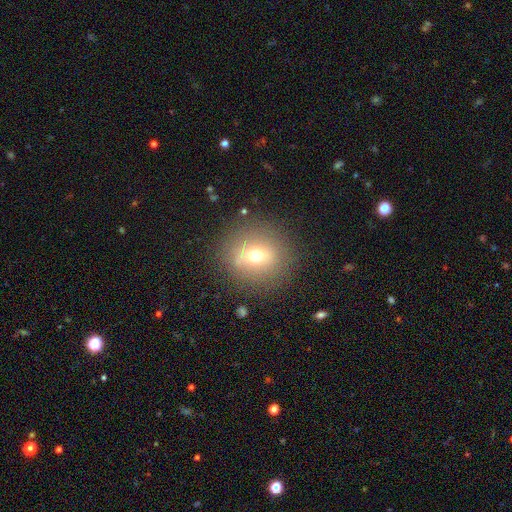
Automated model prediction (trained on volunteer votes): Smooth or featured? smooth (61%)
How rounded? round (91%)
Merging? none (83%)